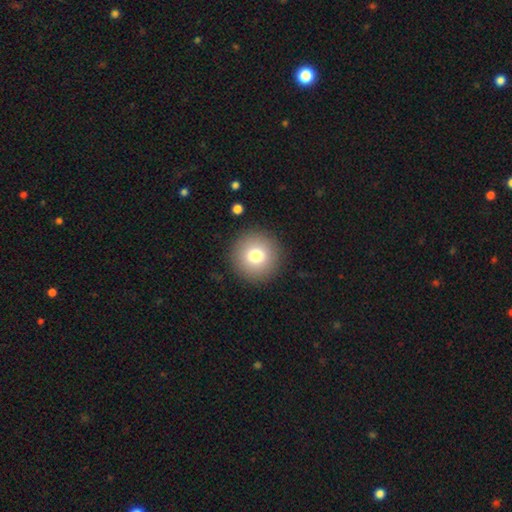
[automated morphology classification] Smooth or featured?
  - smooth: 77% *
  - featured or disk: 13%
  - star or artifact: 10%
How rounded?
  - round: 95% *
  - in between: 4%
  - cigar-shaped: 1%
Merging?
  - none: 90% *
  - minor disturbance: 6%
  - major disturbance: 2%
  - merger: 1%